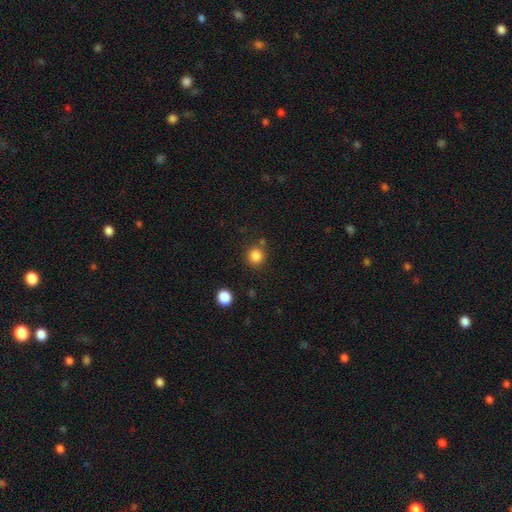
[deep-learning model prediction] The model was most divided on "merging": none: 81%, minor disturbance: 9%, merger: 7%, major disturbance: 3%. More confident: how rounded — round (91%); smooth or featured — smooth (84%).